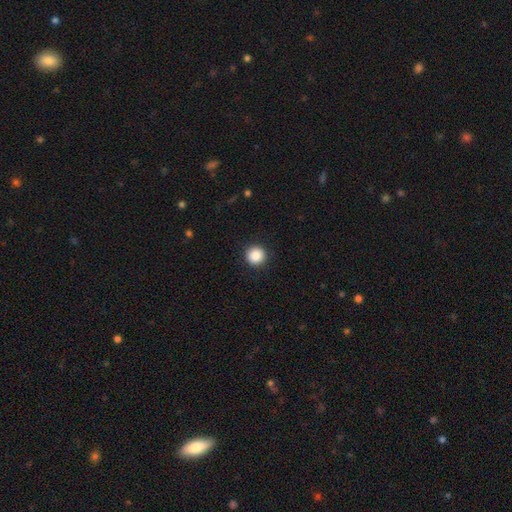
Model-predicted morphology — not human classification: Smooth or featured? smooth (88%)
How rounded? round (96%)
Merging? none (92%)